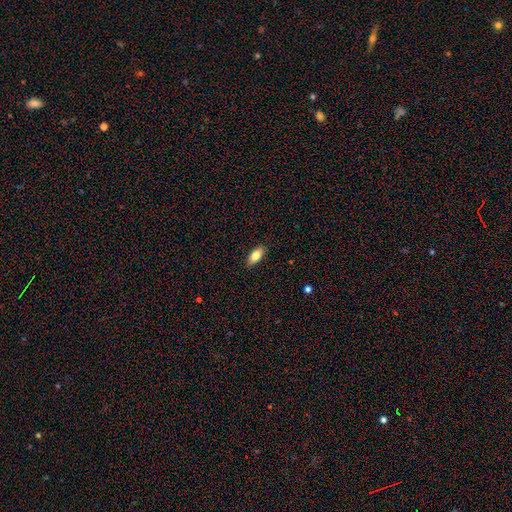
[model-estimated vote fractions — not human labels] smooth 81%, featured or disk 13%, star or artifact 7%. Down the decision tree: how rounded — in between (86%); merging — none (87%).